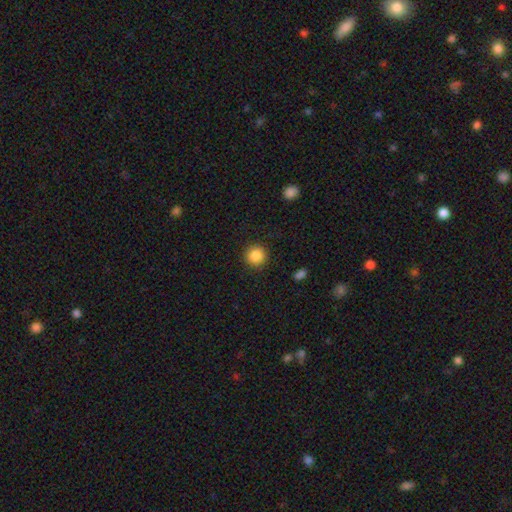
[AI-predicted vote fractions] Smooth or featured? smooth (86%)
How rounded? round (94%)
Merging? none (90%)